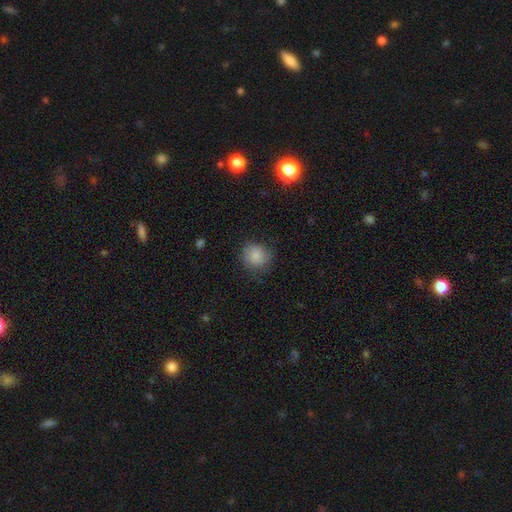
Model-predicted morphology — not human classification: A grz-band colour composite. It shows a smooth galaxy with no disk features (79%) that is round (86%). Merging: none (73%).